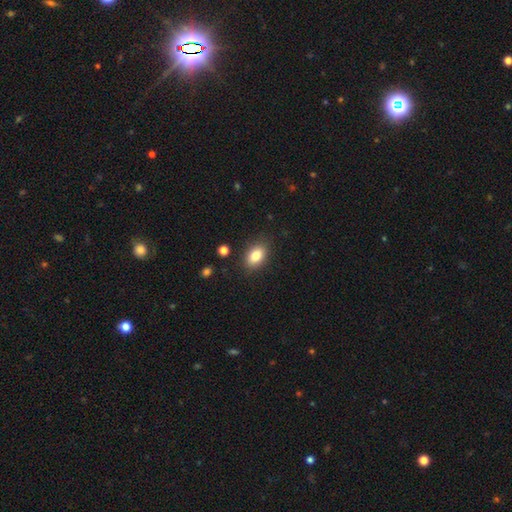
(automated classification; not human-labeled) Overall: smooth (83%). How rounded: in between (86%). Merging: none (86%).